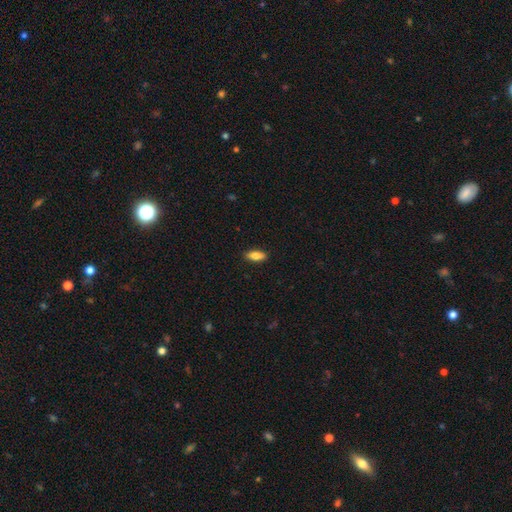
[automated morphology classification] smooth 82%, featured or disk 11%, star or artifact 7%. Down the decision tree: how rounded — in between (80%); merging — none (89%).